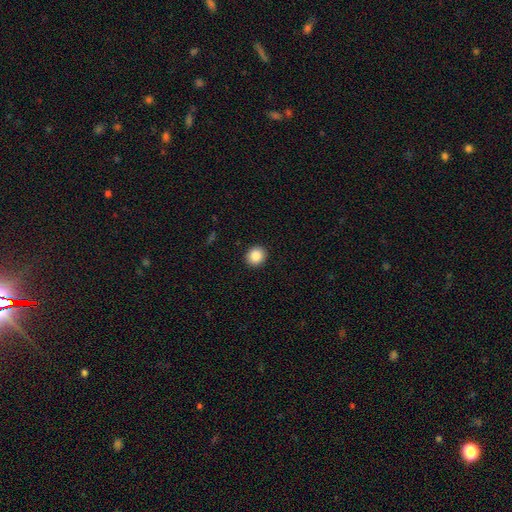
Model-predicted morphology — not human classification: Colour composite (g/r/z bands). It shows a smooth galaxy with no disk features (87%) that is round (83%). Merging: none (92%).